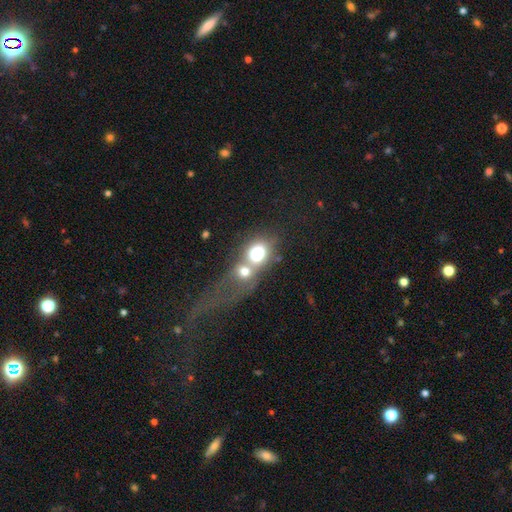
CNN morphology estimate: The model was most divided on "how rounded": round: 59%, in between: 36%, cigar-shaped: 5%. More confident: merging — merger (60%); smooth or featured — smooth (55%).